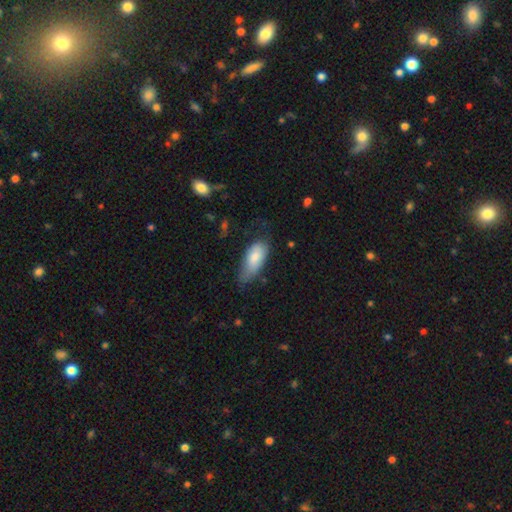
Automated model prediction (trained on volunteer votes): Smooth or featured: smooth — 80% (featured or disk — 14%)
How rounded: in between — 83% (cigar-shaped — 15%)
Merging: none — 44% (minor disturbance — 41%)